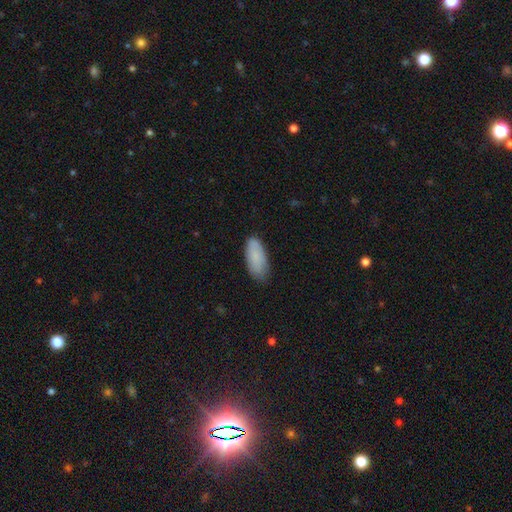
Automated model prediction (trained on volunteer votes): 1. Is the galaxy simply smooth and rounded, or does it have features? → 86% smooth, 8% featured or disk, 6% star or artifact.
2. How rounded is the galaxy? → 86% in between, 13% cigar-shaped, 2% round.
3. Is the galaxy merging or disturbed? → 76% none, 20% minor disturbance, 3% major disturbance, 1% merger.